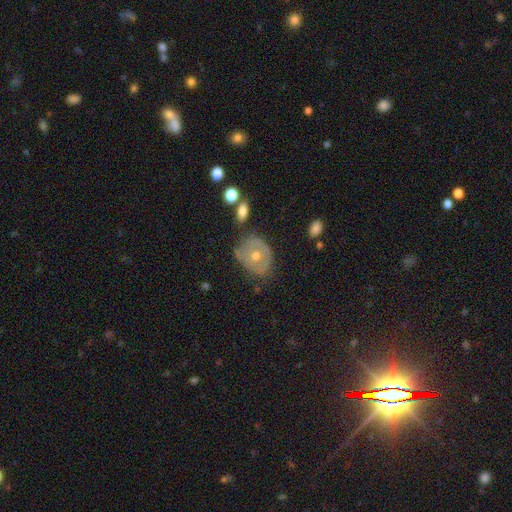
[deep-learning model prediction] smooth-or-featured: featured or disk: 54% | smooth: 36% | star or artifact: 10%
  disk-edge-on: no: 94% | yes: 6%
    bar: no: 86% | weak: 11% | strong: 3%
    has-spiral-arms: no: 65% | yes: 35%
    bulge-size: moderate: 67% | small: 29% | large: 2% | none: 1% | dominant: 1%
  merging: none: 62% | minor disturbance: 25% | major disturbance: 9% | merger: 4%